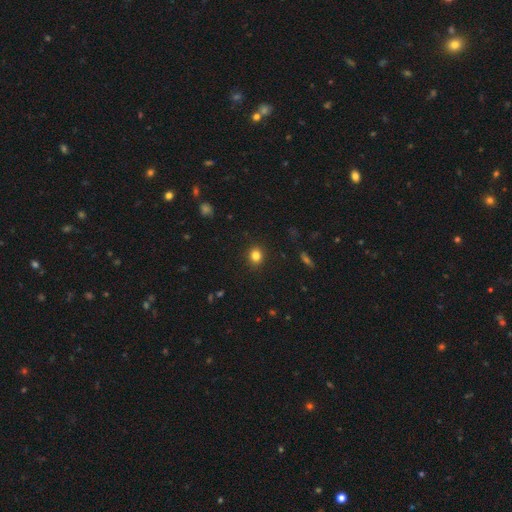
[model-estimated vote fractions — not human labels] Smooth or featured: smooth — 83% (star or artifact — 12%)
How rounded: round — 75% (in between — 24%)
Merging: none — 90% (minor disturbance — 7%)